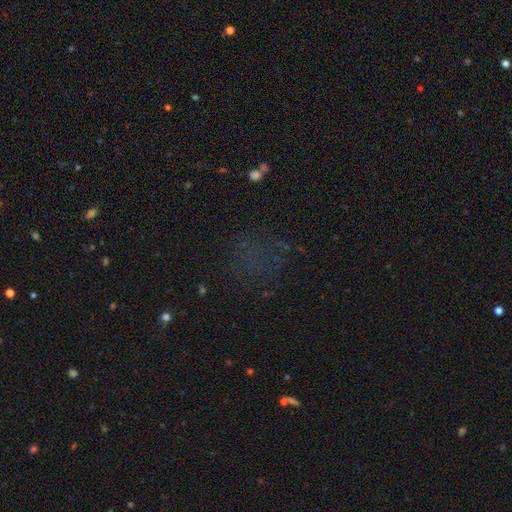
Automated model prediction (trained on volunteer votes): The model was most divided on "smooth or featured": star or artifact: 52%, smooth: 33%, featured or disk: 15%.